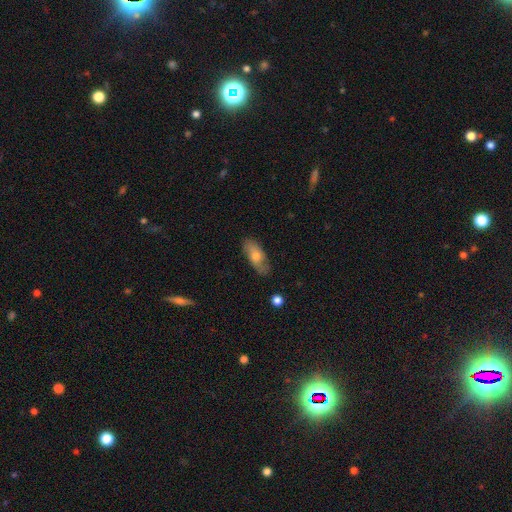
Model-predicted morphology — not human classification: smooth 64%, featured or disk 29%, star or artifact 6%. Down the decision tree: how rounded — in between (80%); merging — none (79%).